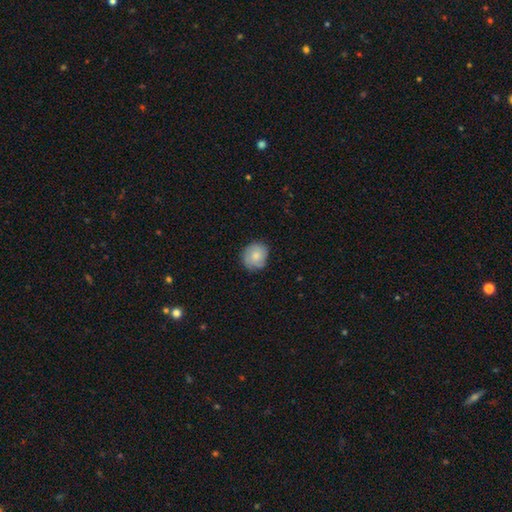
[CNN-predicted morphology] smooth-or-featured: smooth: 74% | featured or disk: 19% | star or artifact: 7%
  how-rounded: round: 78% | in between: 21% | cigar-shaped: 1%
  merging: none: 75% | minor disturbance: 20% | major disturbance: 4% | merger: 1%